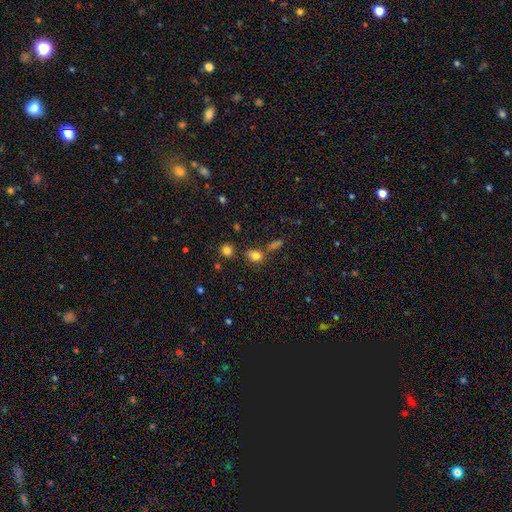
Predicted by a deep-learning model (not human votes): smooth_or_featured: smooth (p=0.80) [alt: star or artifact p=0.14]
how_rounded: in between (p=0.54) [alt: round p=0.44]
merging: none (p=0.67) [alt: minor disturbance p=0.15]